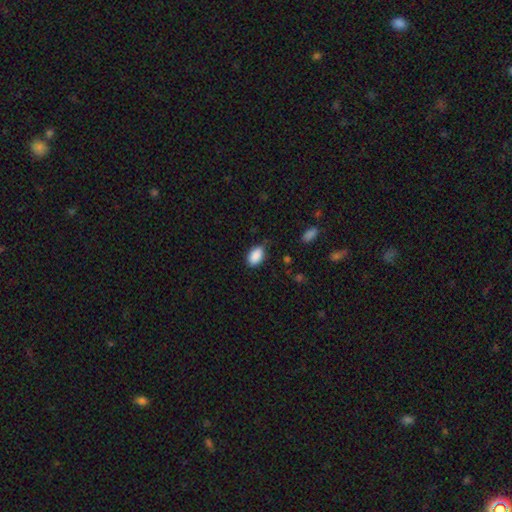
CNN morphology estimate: Overall: smooth (90%). How rounded: in between (93%). Merging: none (80%).